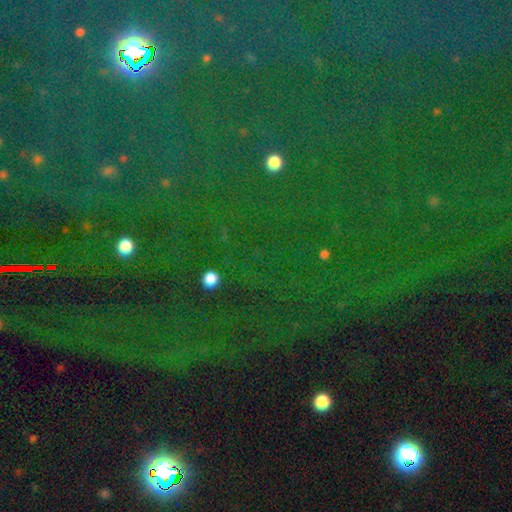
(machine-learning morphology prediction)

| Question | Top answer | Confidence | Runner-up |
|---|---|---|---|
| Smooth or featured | star or artifact | 83% | smooth (10%) |